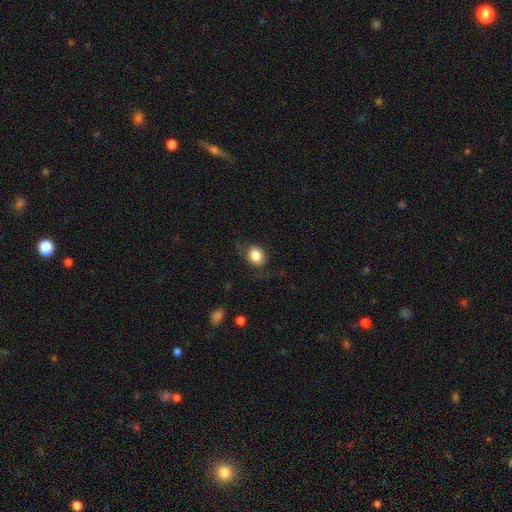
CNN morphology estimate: Smooth or featured? Predicted: smooth (p=0.80). How rounded? Predicted: round (p=0.57). Merging? Predicted: none (p=0.70).